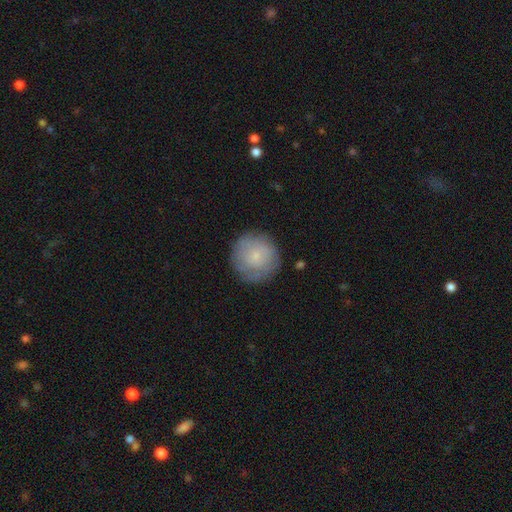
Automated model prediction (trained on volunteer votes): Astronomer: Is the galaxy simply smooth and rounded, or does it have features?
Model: smooth — 62%.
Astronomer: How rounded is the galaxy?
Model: round — 94%.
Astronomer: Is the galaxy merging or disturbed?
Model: none — 79%.